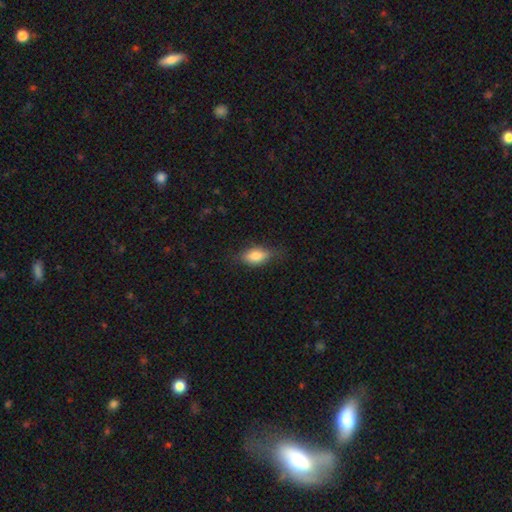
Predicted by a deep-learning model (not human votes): Q: Smooth or featured?
A: smooth (78%); runner-up: featured or disk (14%)
Q: How rounded?
A: in between (84%); runner-up: cigar-shaped (11%)
Q: Merging?
A: none (71%); runner-up: minor disturbance (22%)